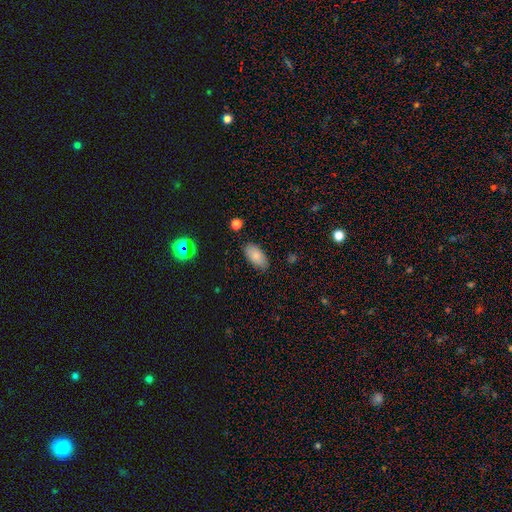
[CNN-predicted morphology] smooth 83%, featured or disk 9%, star or artifact 8%. Down the decision tree: how rounded — in between (94%); merging — none (84%).